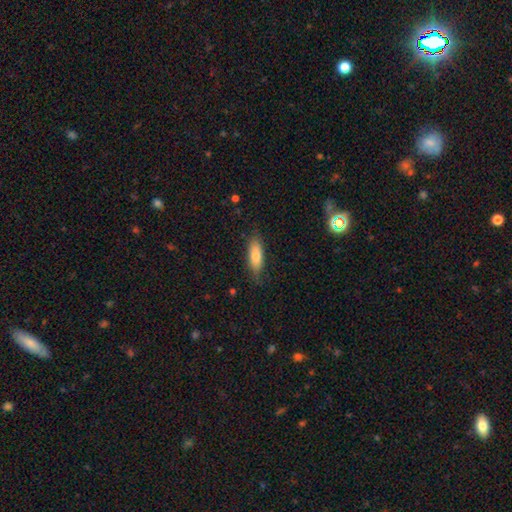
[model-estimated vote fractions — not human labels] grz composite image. It shows a smooth galaxy with no disk features (78%) that is in between round and cigar-shaped (62%). Merging: none (78%).